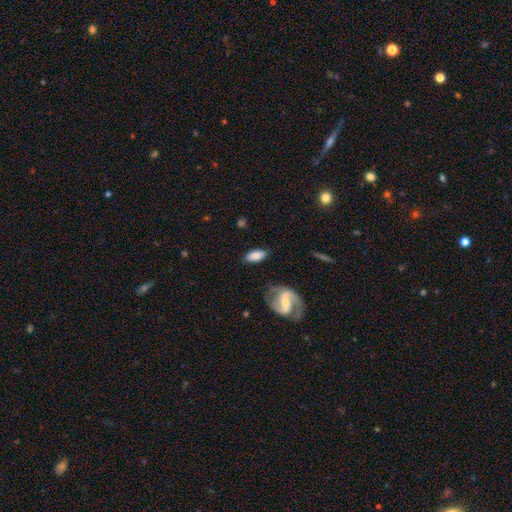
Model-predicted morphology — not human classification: The model was most divided on "smooth or featured": smooth: 74%, featured or disk: 19%, star or artifact: 7%. More confident: how rounded — in between (89%); merging — none (80%).